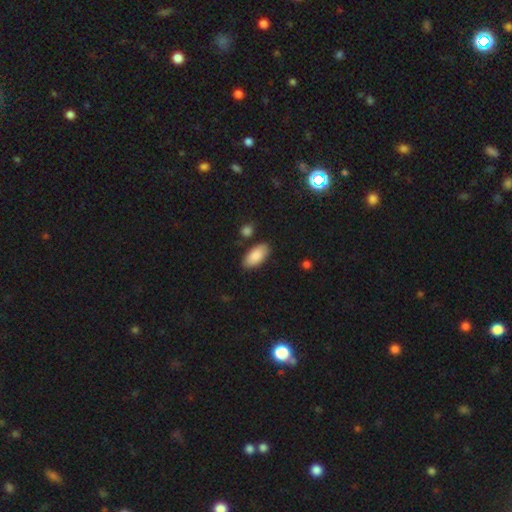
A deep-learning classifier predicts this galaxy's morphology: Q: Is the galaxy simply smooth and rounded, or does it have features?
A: smooth — 88%.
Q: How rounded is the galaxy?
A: in between — 92%.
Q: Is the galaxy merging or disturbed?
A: none — 82%.